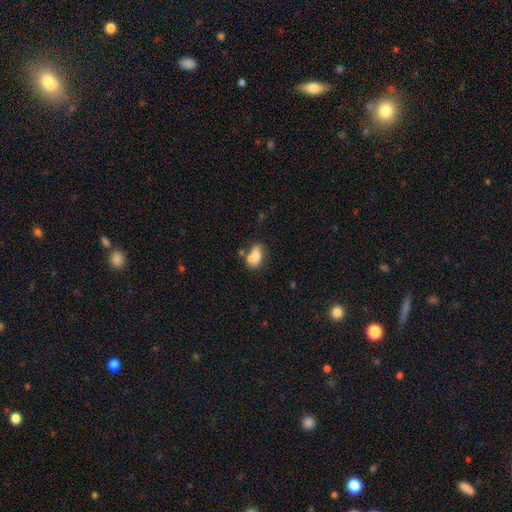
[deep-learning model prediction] This appears to be a smooth galaxy with no disk features (74%) that is in between round and cigar-shaped (82%). Merging: none (42%).